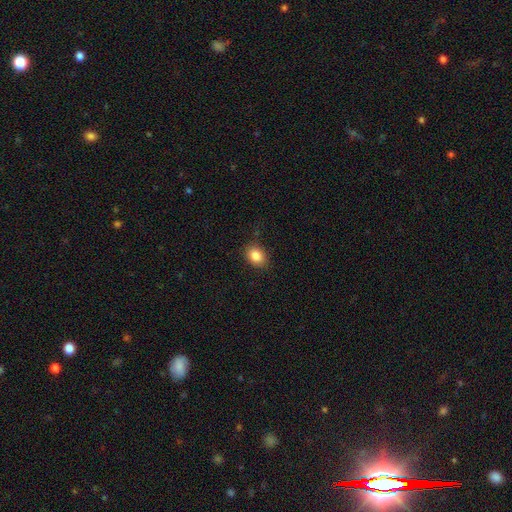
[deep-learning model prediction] Morphology: type=smooth (86%); roundness=in between (60%); merging=none (84%).